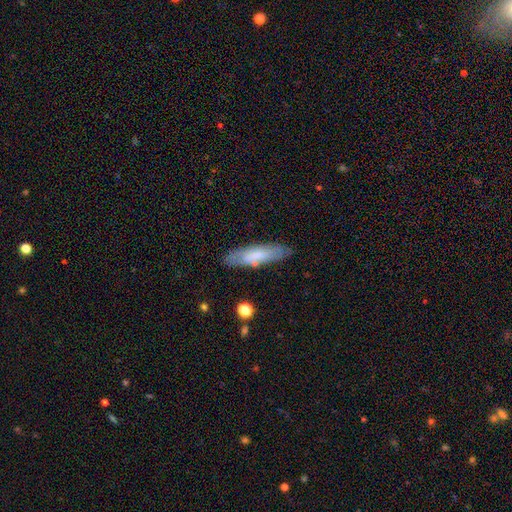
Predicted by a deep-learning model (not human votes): Morphology: type=smooth (63%); roundness=cigar-shaped (65%); merging=none (79%).